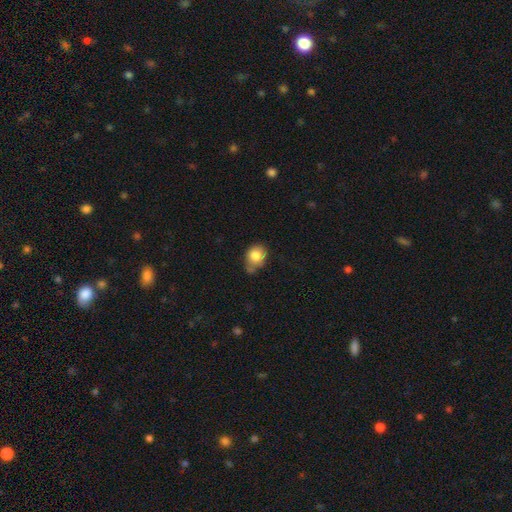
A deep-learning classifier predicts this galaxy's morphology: type=smooth (81%); roundness=in between (51%); merging=none (52%).